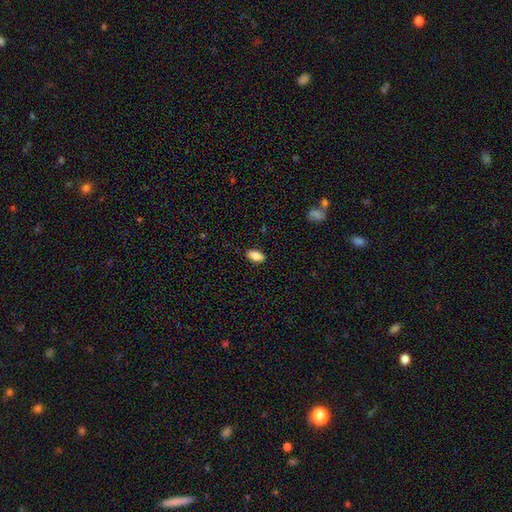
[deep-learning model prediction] Smooth or featured: smooth — 83% (featured or disk — 9%)
How rounded: in between — 91% (cigar-shaped — 6%)
Merging: none — 88% (minor disturbance — 9%)